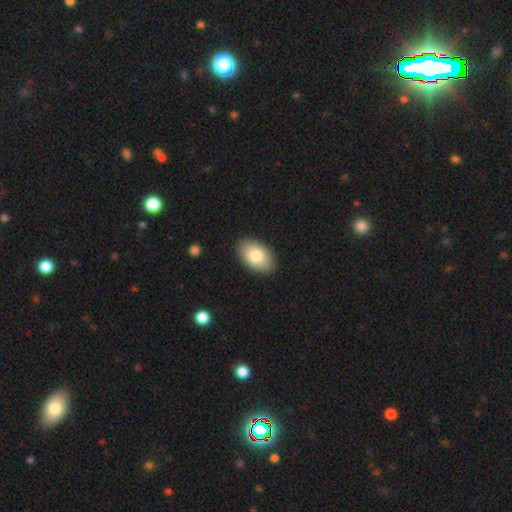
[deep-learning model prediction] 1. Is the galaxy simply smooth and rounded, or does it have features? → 83% smooth, 11% featured or disk, 6% star or artifact.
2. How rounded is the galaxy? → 93% in between, 6% round, 1% cigar-shaped.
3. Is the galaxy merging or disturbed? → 89% none, 8% minor disturbance, 2% major disturbance, 1% merger.